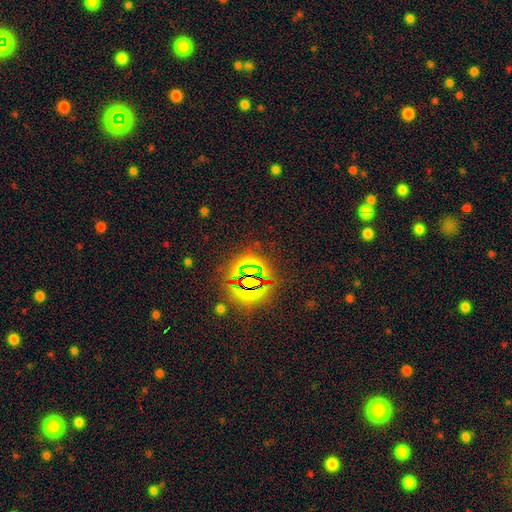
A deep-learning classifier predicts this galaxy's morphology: Smooth or featured: star or artifact — 75% (smooth — 15%)